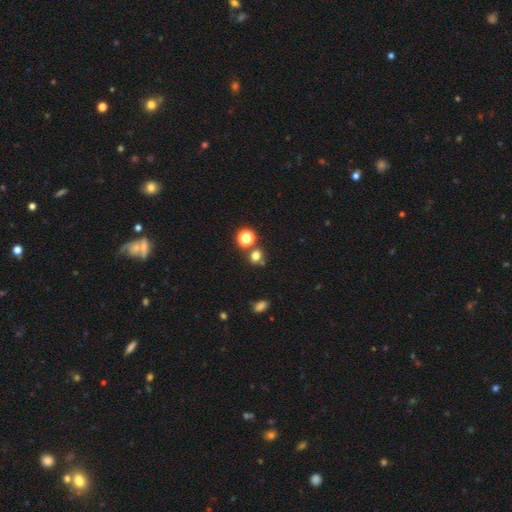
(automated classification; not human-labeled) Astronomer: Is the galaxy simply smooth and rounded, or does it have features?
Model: smooth — 70%.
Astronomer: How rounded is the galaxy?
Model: round — 82%.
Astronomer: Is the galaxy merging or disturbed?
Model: none — 70%.